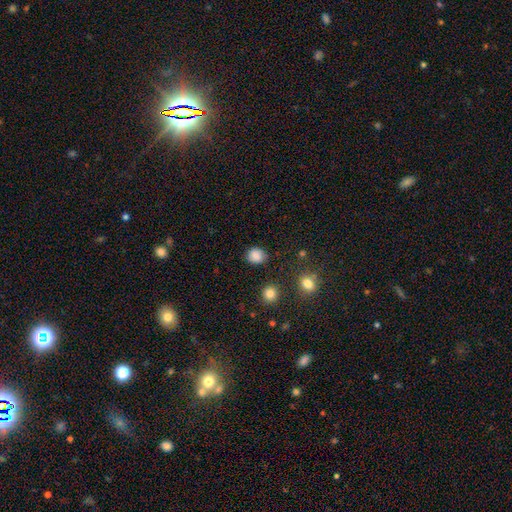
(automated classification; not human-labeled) A smooth galaxy with no disk features (85%) that is round (68%).

Vote fractions:
- Smooth or featured? smooth: 85% / star or artifact: 10% / featured or disk: 4%
- How rounded? round: 68% / in between: 31% / cigar-shaped: 1%
- Merging? none: 82% / minor disturbance: 13% / major disturbance: 3% / merger: 2%